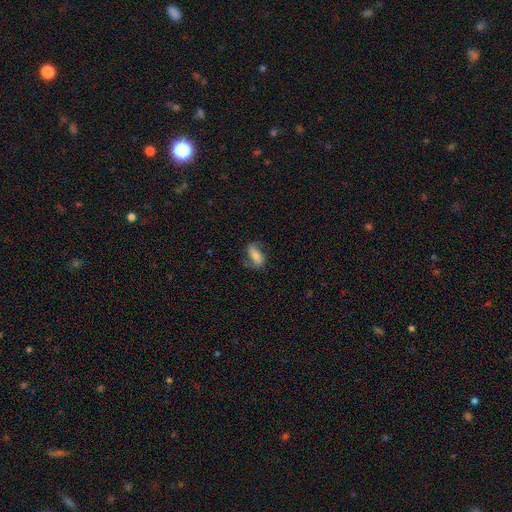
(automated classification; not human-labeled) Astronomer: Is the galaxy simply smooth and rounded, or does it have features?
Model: smooth — 59%.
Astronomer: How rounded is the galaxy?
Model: in between — 81%.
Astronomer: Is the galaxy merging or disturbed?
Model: none — 67%.